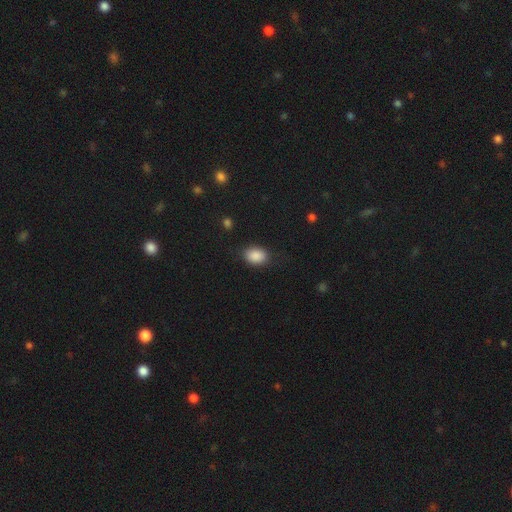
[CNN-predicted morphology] Overall: smooth (89%). How rounded: in between (77%). Merging: none (82%).